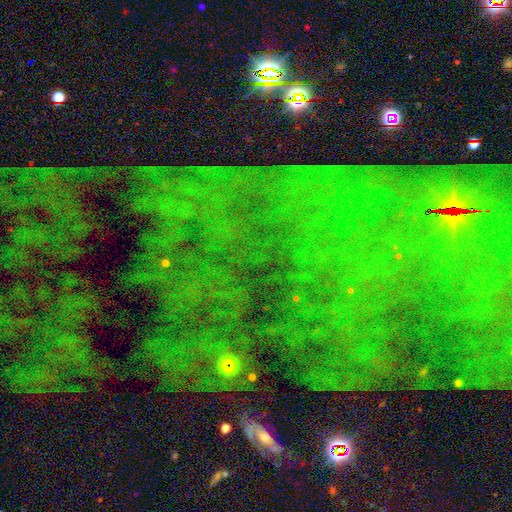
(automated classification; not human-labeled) Smooth or featured?
  - star or artifact: 82% *
  - smooth: 9%
  - featured or disk: 9%